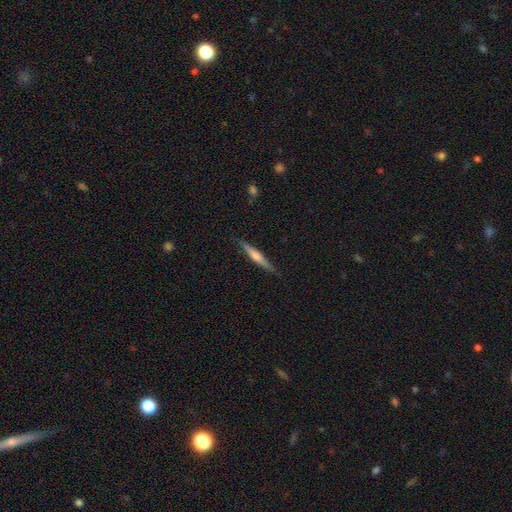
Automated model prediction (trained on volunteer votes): Smooth or featured?
  - featured or disk: 61% *
  - smooth: 33%
  - star or artifact: 6%
Edge-on disk?
  - yes: 97% *
  - no: 3%
Edge-on bulge?
  - rounded: 76% *
  - none: 16%
  - boxy: 8%
Merging?
  - none: 87% *
  - minor disturbance: 10%
  - major disturbance: 2%
  - merger: 1%